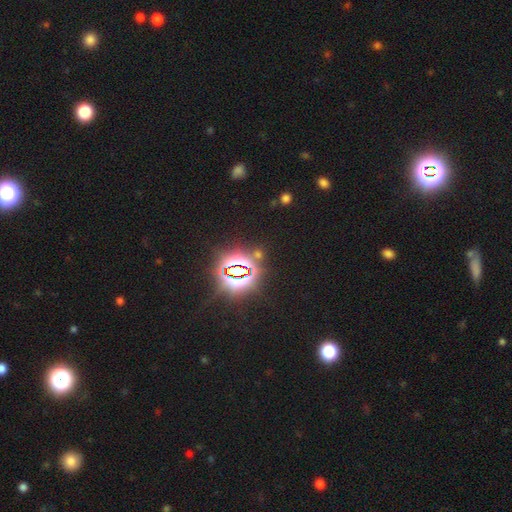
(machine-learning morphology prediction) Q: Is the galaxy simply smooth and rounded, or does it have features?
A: star or artifact — 81%.